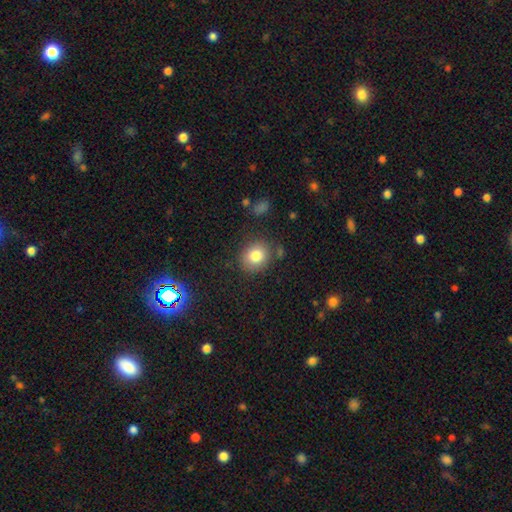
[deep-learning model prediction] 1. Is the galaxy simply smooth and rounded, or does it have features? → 82% smooth, 10% star or artifact, 8% featured or disk.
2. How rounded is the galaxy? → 72% round, 27% in between, 1% cigar-shaped.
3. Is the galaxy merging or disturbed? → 81% none, 12% minor disturbance, 4% major disturbance, 4% merger.